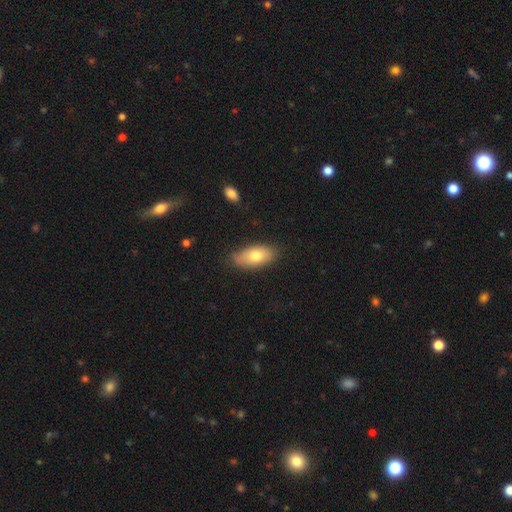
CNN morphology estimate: This is likely a smooth galaxy (74%). How rounded: clearly in between (90%). Merging: likely none (74%).